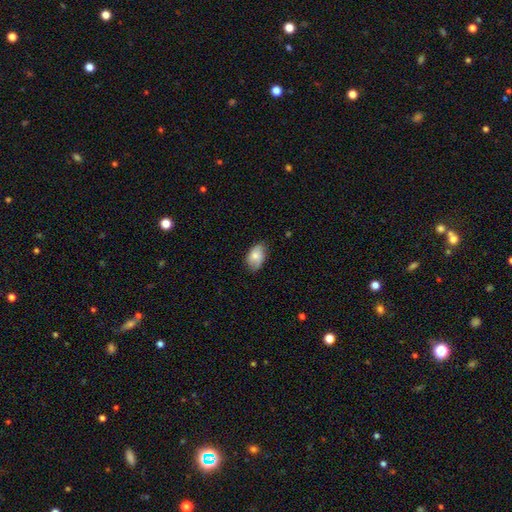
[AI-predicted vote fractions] Smooth or featured? Predicted: smooth (p=0.75). How rounded? Predicted: in between (p=0.90). Merging? Predicted: none (p=0.70).